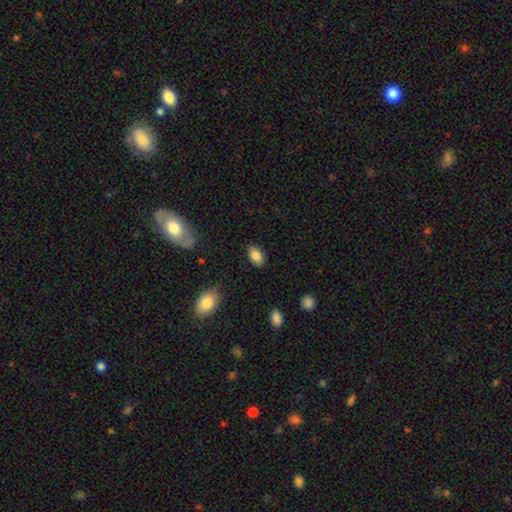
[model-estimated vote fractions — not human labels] Smooth or featured? Predicted: smooth (p=0.85). How rounded? Predicted: in between (p=0.91). Merging? Predicted: none (p=0.86).